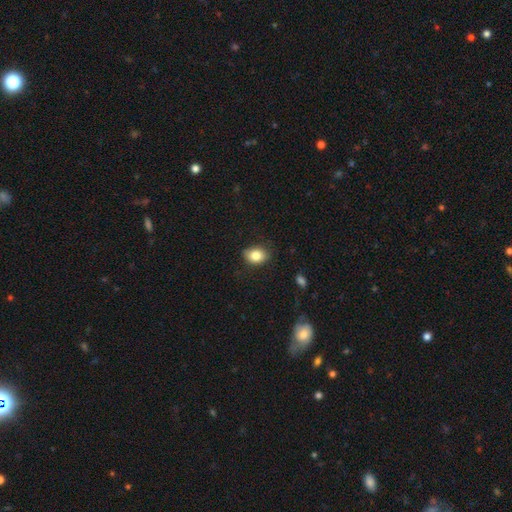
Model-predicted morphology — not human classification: Smooth or featured? smooth (84%)
How rounded? in between (69%)
Merging? none (79%)